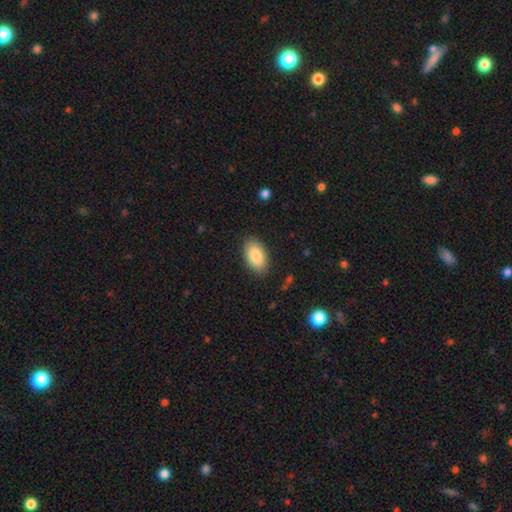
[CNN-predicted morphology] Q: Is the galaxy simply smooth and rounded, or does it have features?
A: smooth — 85%.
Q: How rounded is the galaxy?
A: in between — 94%.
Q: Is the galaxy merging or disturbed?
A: none — 86%.